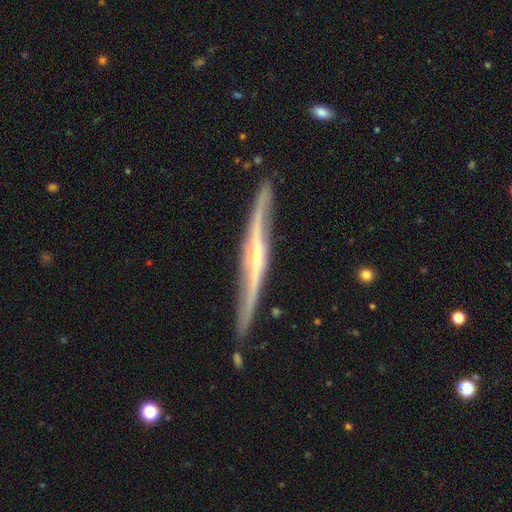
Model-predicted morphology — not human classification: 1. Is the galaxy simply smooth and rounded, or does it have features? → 86% featured or disk, 9% smooth, 5% star or artifact.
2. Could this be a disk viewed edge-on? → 84% yes, 16% no.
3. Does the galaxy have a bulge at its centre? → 67% rounded, 27% none, 6% boxy.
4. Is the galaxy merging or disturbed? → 78% none, 17% minor disturbance, 4% major disturbance, 2% merger.